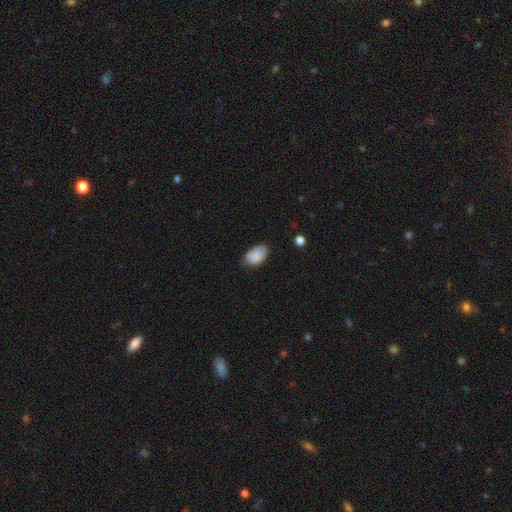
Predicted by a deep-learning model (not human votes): smooth-or-featured: smooth: 86% | star or artifact: 7% | featured or disk: 7%
  how-rounded: in between: 92% | round: 7% | cigar-shaped: 1%
  merging: none: 68% | minor disturbance: 26% | major disturbance: 4% | merger: 2%